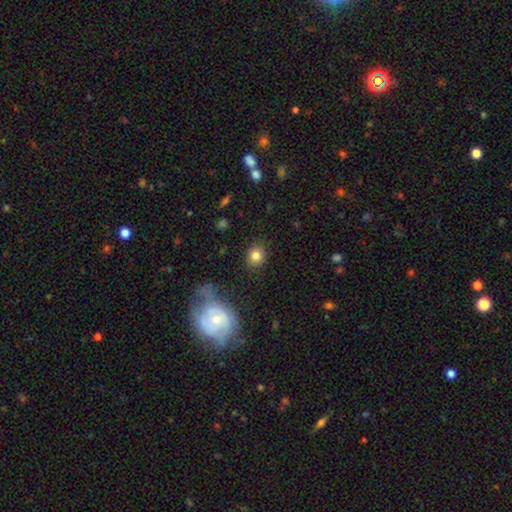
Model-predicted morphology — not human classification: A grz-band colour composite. It shows a smooth galaxy with no disk features (82%) that is round (73%). Merging: none (86%).